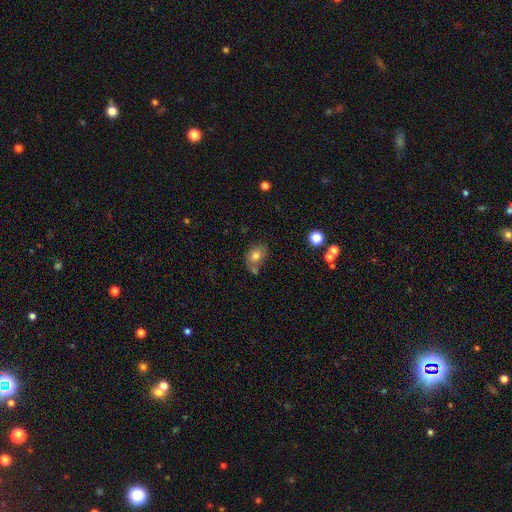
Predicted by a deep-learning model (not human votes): This appears to be a smooth galaxy with no disk features (73%) that is in between round and cigar-shaped (59%). Merging: none (55%).